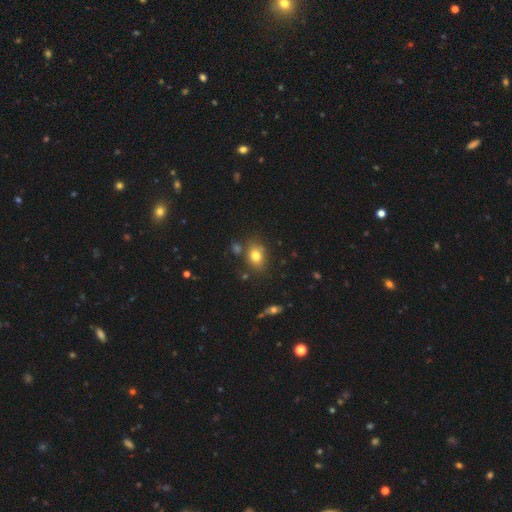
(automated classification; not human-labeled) smooth 77%, star or artifact 12%, featured or disk 11%. Down the decision tree: how rounded — in between (62%); merging — none (74%).